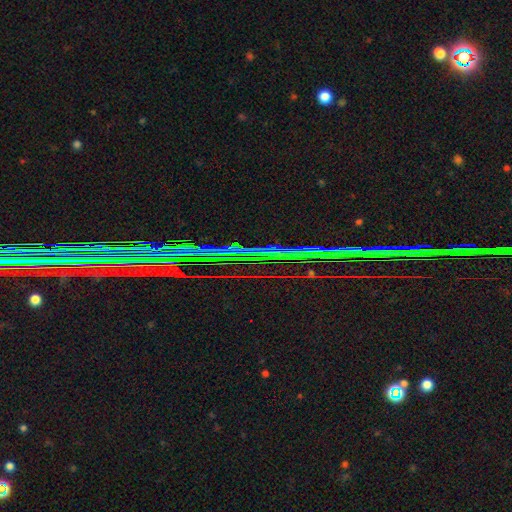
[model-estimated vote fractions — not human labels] Overall: star or artifact (83%).